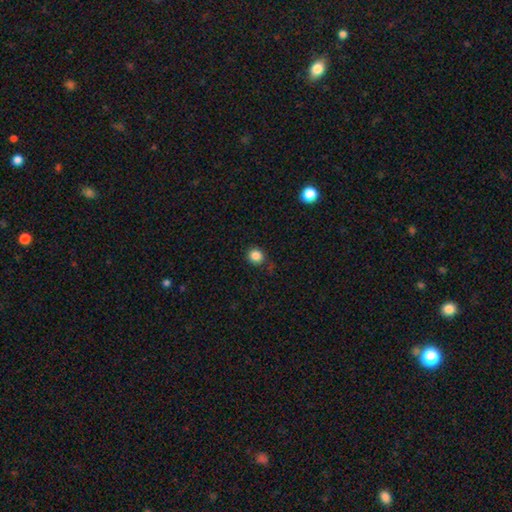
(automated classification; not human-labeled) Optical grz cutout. It shows a smooth galaxy with no disk features (85%) that is round (87%). Merging: none (84%).